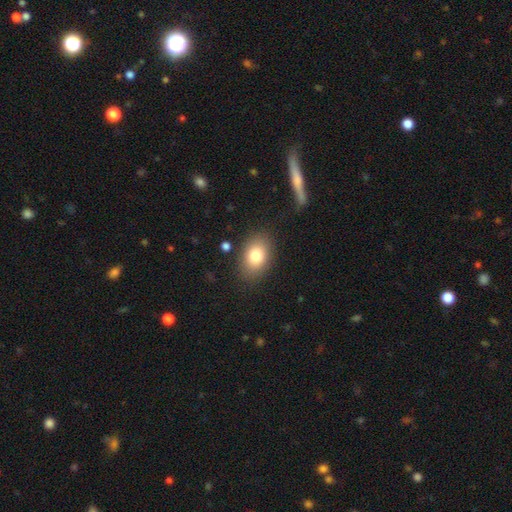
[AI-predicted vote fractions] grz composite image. It shows a smooth galaxy with no disk features (80%) that is in between round and cigar-shaped (82%). Merging: none (84%).